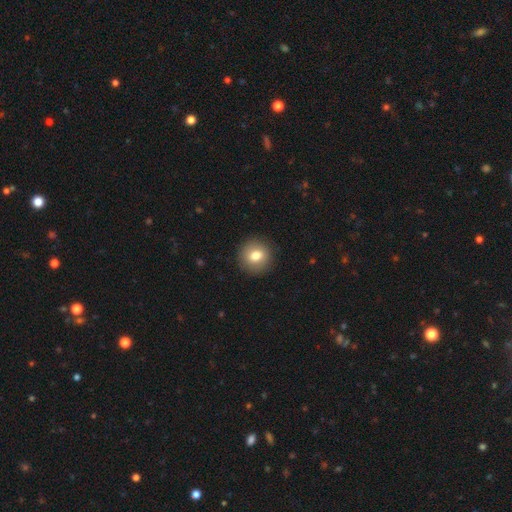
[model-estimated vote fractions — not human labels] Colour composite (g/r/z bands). It shows a smooth galaxy with no disk features (79%) that is round (90%). Merging: none (91%).